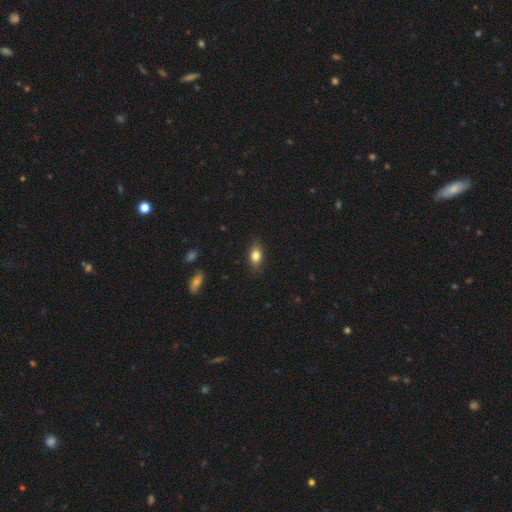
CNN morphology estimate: This is clearly a smooth galaxy (80%). How rounded: likely in between (80%). Merging: clearly none (84%).